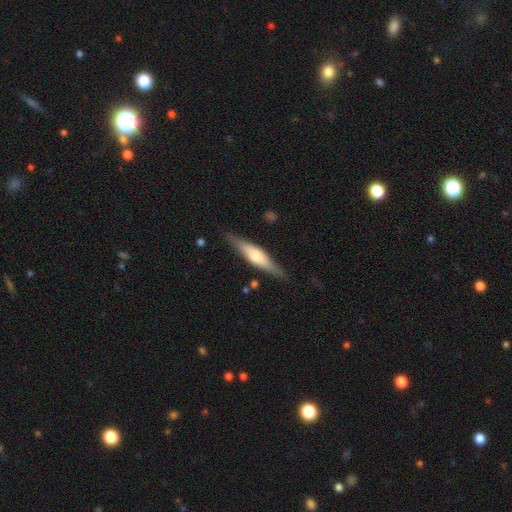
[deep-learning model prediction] smooth-or-featured: featured or disk: 54% | smooth: 41% | star or artifact: 5%
  disk-edge-on: yes: 92% | no: 8%
  merging: none: 85% | minor disturbance: 11% | major disturbance: 2% | merger: 1%